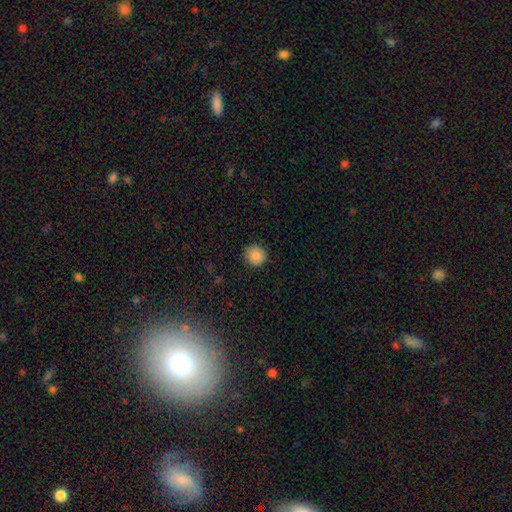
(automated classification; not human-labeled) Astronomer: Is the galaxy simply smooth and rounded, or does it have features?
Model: smooth — 87%.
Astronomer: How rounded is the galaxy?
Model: round — 90%.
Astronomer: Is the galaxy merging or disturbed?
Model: none — 86%.